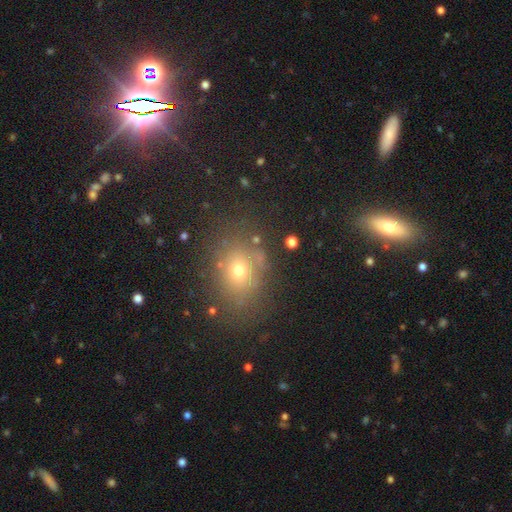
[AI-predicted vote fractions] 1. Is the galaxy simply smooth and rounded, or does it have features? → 51% smooth, 34% star or artifact, 15% featured or disk.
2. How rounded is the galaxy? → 54% in between, 44% round, 2% cigar-shaped.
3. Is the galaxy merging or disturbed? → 79% none, 12% minor disturbance, 5% major disturbance, 4% merger.